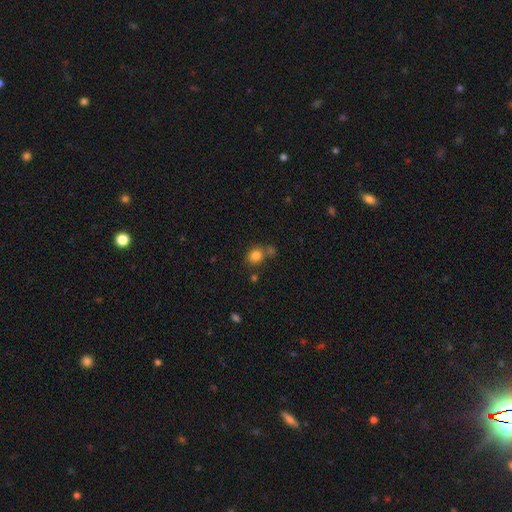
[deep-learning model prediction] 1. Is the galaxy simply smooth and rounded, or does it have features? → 82% smooth, 12% star or artifact, 6% featured or disk.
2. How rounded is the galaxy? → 65% round, 34% in between, 1% cigar-shaped.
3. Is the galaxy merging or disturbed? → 62% none, 21% merger, 13% minor disturbance, 5% major disturbance.